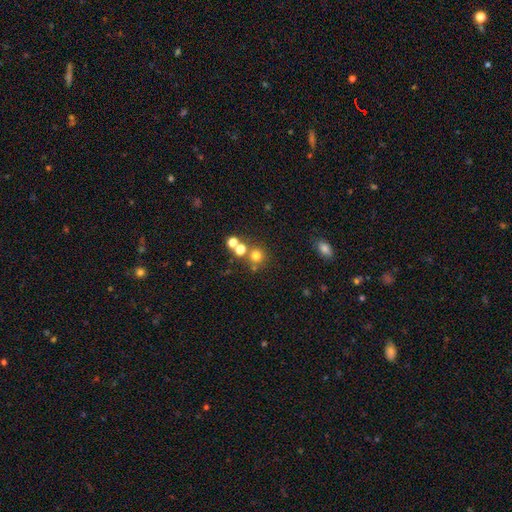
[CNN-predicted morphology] Q: Smooth or featured?
A: smooth (71%); runner-up: star or artifact (20%)
Q: How rounded?
A: round (90%); runner-up: in between (9%)
Q: Merging?
A: none (67%); runner-up: merger (21%)